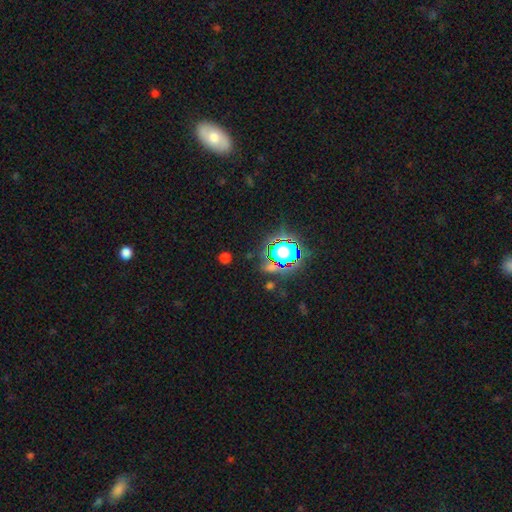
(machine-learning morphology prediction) Smooth or featured: star or artifact — 72% (smooth — 17%)